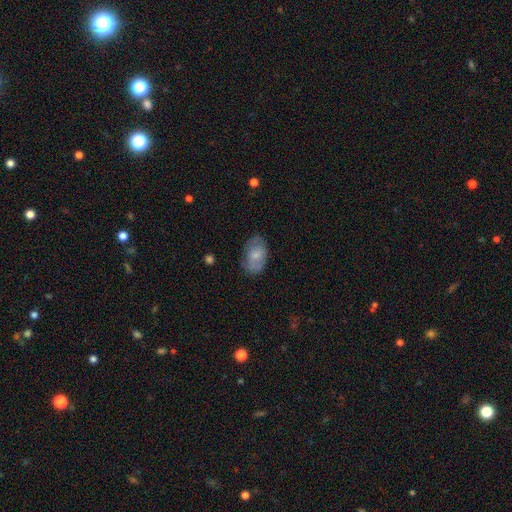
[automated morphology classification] Smooth or featured? Predicted: smooth (p=0.67). How rounded? Predicted: in between (p=0.90). Merging? Predicted: none (p=0.68).